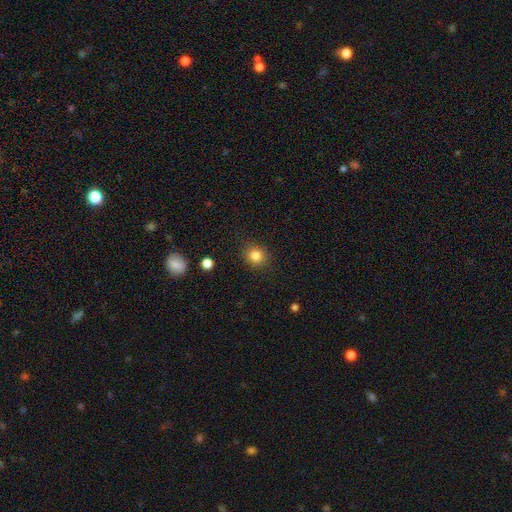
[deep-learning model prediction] Smooth or featured? smooth (83%)
How rounded? round (85%)
Merging? none (89%)